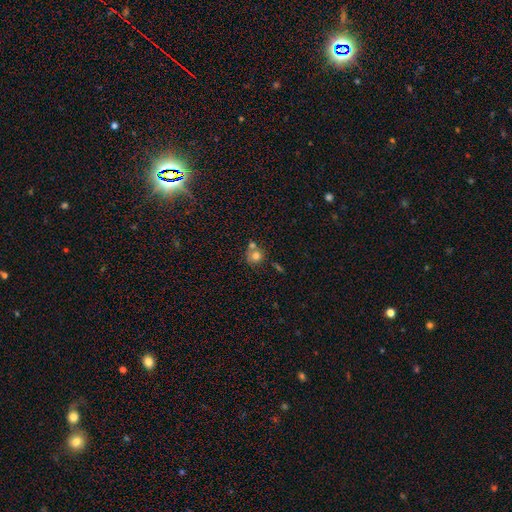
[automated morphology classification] This appears to be a smooth galaxy with no disk features (75%) that is round (83%). Merging: none (46%).